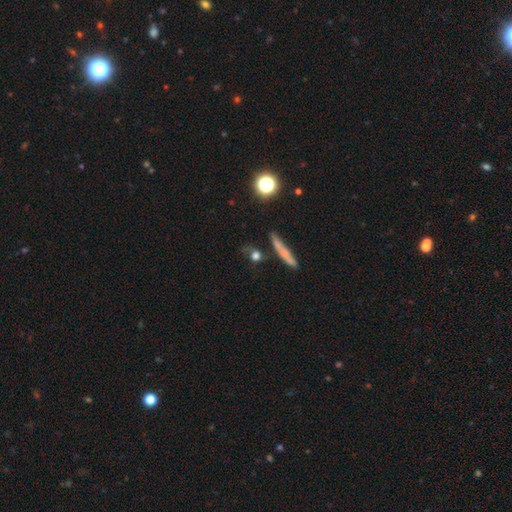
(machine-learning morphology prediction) This is likely a smooth galaxy (65%). How rounded: possibly round (57%). Merging: likely none (65%).